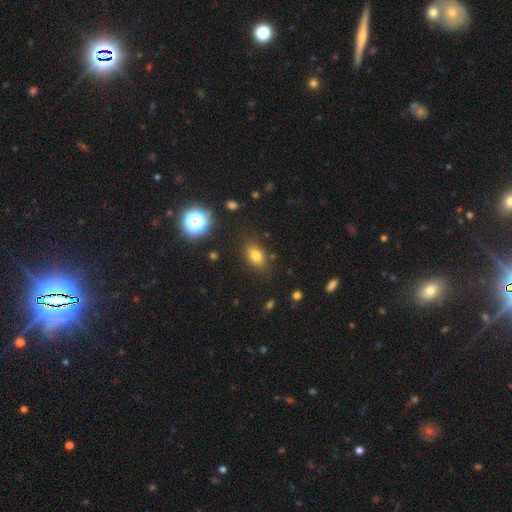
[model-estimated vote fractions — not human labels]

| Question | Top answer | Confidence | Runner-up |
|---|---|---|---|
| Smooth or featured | smooth | 77% | star or artifact (14%) |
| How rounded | in between | 79% | round (19%) |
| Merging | none | 83% | minor disturbance (12%) |